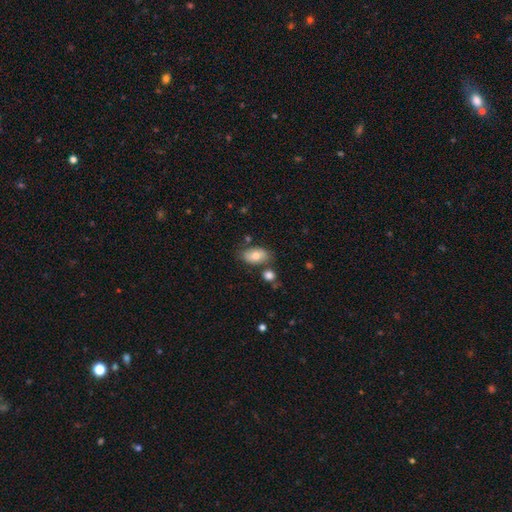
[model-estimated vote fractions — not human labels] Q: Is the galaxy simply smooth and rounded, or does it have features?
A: smooth — 73%.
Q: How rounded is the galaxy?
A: in between — 90%.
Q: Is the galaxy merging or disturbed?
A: none — 71%.